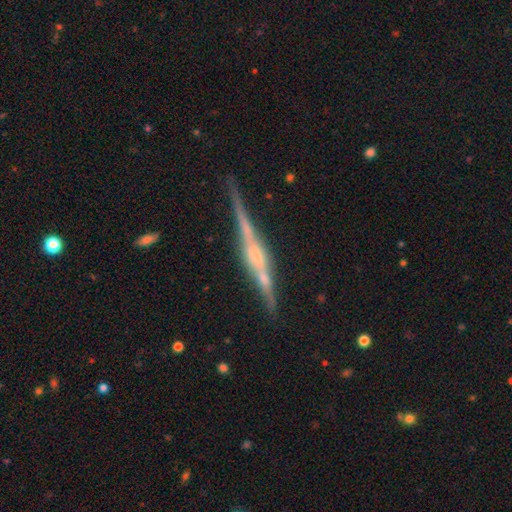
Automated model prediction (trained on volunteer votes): Overall: featured or disk (84%). Edge-on disk: yes (98%). Edge-on bulge: rounded (48%; boxy 37%). Merging: none (82%).